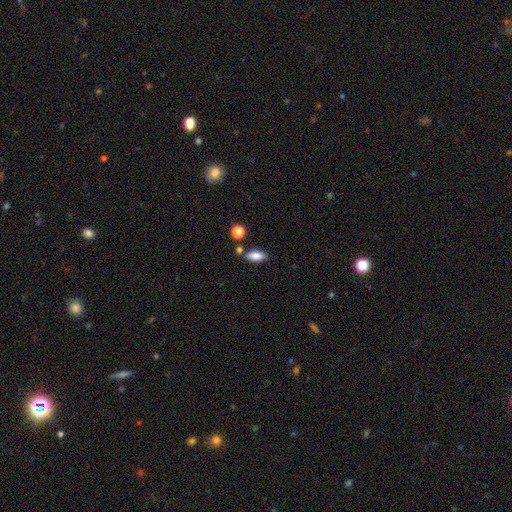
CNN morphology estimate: Q: Smooth or featured?
A: smooth (83%); runner-up: featured or disk (9%)
Q: How rounded?
A: in between (86%); runner-up: cigar-shaped (10%)
Q: Merging?
A: none (75%); runner-up: minor disturbance (12%)